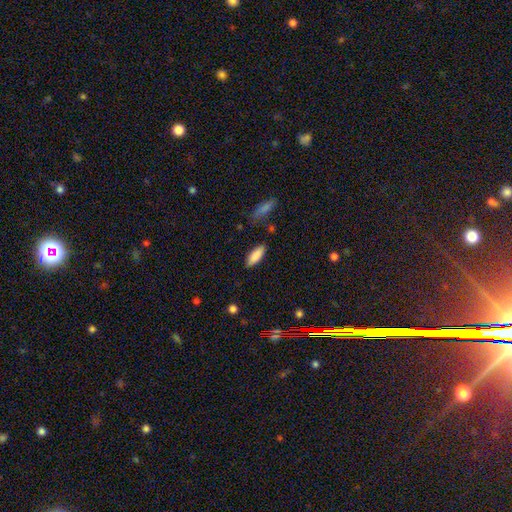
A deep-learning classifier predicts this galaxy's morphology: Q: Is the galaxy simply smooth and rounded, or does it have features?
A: smooth — 86%.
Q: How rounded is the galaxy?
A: in between — 67%.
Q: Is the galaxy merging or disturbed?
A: none — 85%.